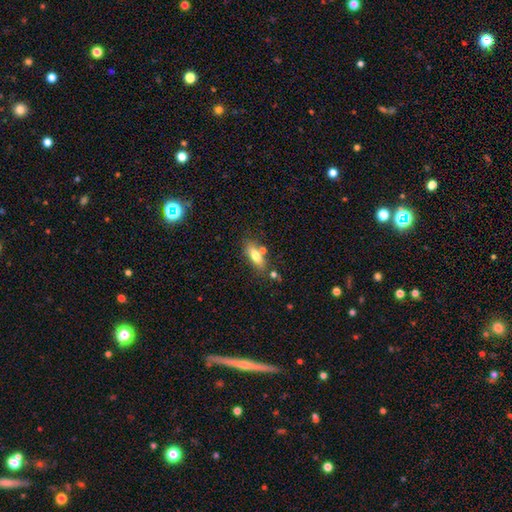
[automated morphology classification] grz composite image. It shows a smooth galaxy with no disk features (72%) that is in between round and cigar-shaped (72%). Merging: none (66%).